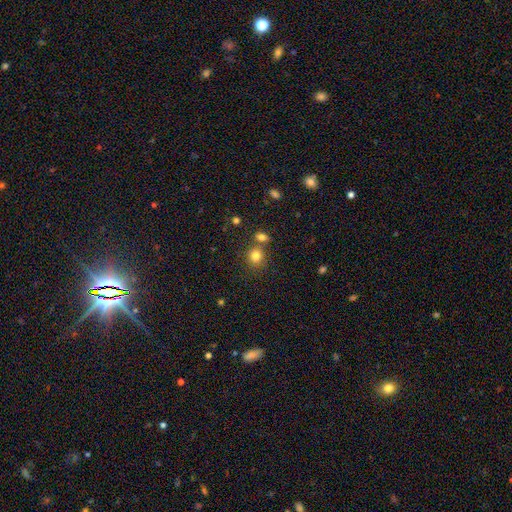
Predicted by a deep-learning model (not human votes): smooth_or_featured: smooth (p=0.80) [alt: star or artifact p=0.13]
how_rounded: round (p=0.79) [alt: in between p=0.20]
merging: none (p=0.65) [alt: merger p=0.22]